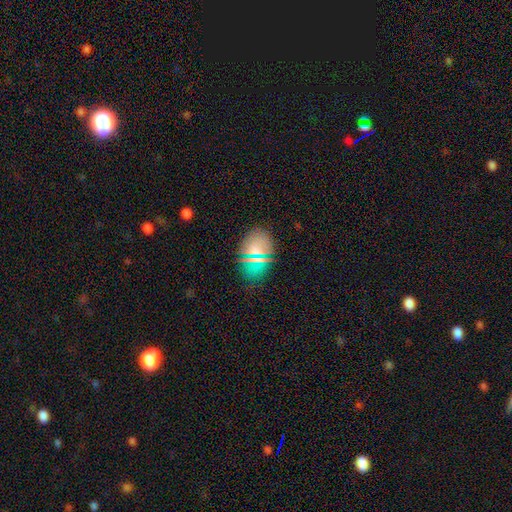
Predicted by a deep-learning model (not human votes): smooth 62%, star or artifact 27%, featured or disk 12%. Down the decision tree: how rounded — in between (63%); merging — none (83%).